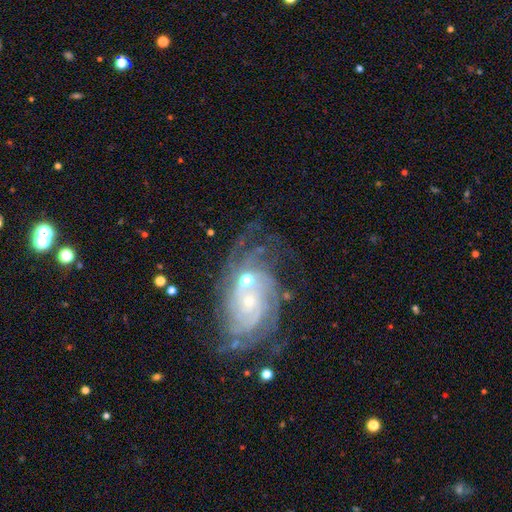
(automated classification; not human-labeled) The model was most divided on "spiral arm count": can't tell: 33%, 4: 16%, 3: 15%, 2: 14%, more than 4: 13%, 1: 9%. More confident: edge-on disk — no (95%); spiral arms — yes (95%); smooth or featured — featured or disk (77%); bulge size — small (69%); bar — no (69%); spiral winding — tight (68%); merging — none (68%).